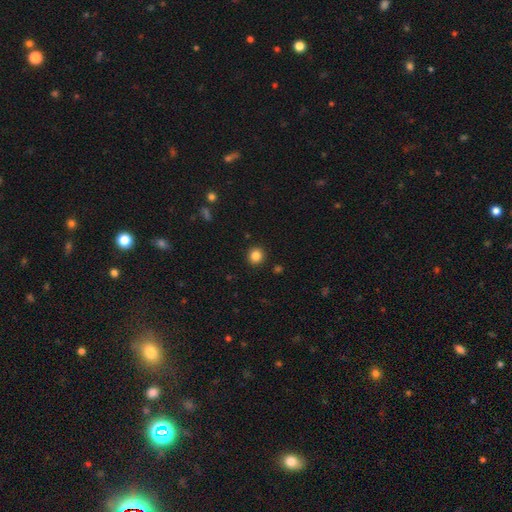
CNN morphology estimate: smooth_or_featured: smooth (p=0.84) [alt: star or artifact p=0.11]
how_rounded: round (p=0.90) [alt: in between p=0.09]
merging: none (p=0.92) [alt: minor disturbance p=0.05]